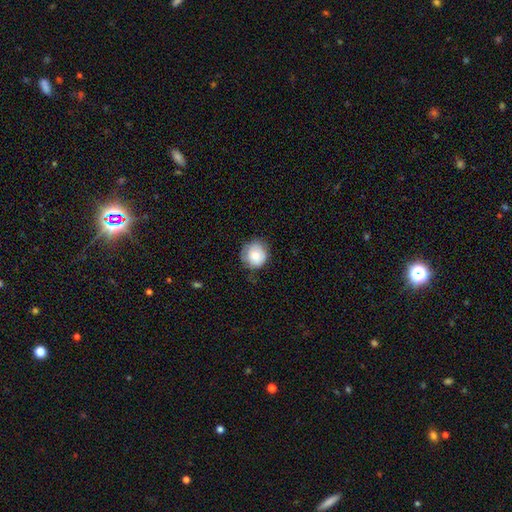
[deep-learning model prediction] This is likely a smooth galaxy (76%). How rounded: clearly round (88%). Merging: likely none (66%).